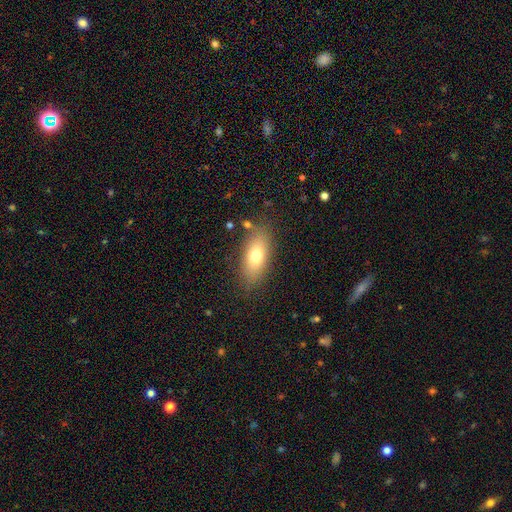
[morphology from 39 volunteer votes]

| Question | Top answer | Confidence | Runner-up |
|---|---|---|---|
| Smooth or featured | smooth | 85% | featured or disk (10%) |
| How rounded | in between | 79% | cigar-shaped (12%) |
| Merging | none | 70% | minor disturbance (19%) |